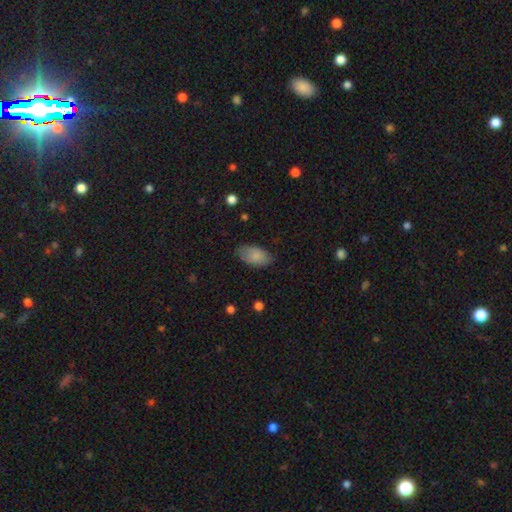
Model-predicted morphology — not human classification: Smooth or featured?
  - smooth: 85% *
  - featured or disk: 9%
  - star or artifact: 7%
How rounded?
  - in between: 94% *
  - round: 4%
  - cigar-shaped: 2%
Merging?
  - none: 76% *
  - minor disturbance: 18%
  - major disturbance: 4%
  - merger: 1%